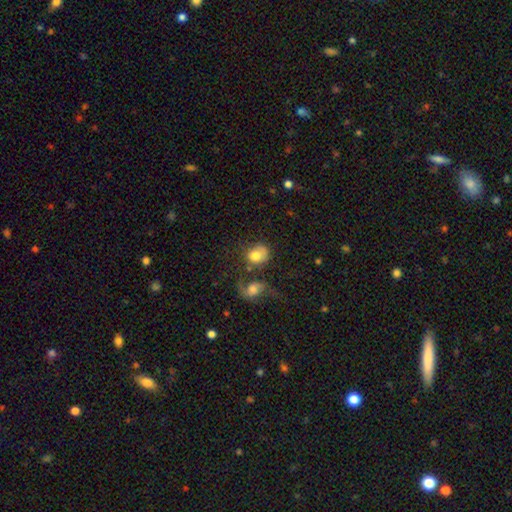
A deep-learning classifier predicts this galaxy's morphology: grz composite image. It shows a smooth galaxy with no disk features (72%) that is round (64%). Merging: none (36%).